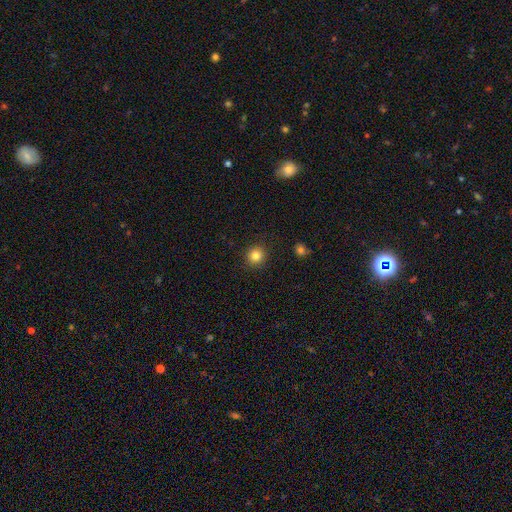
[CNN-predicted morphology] Overall: smooth (83%). How rounded: round (93%). Merging: none (91%).